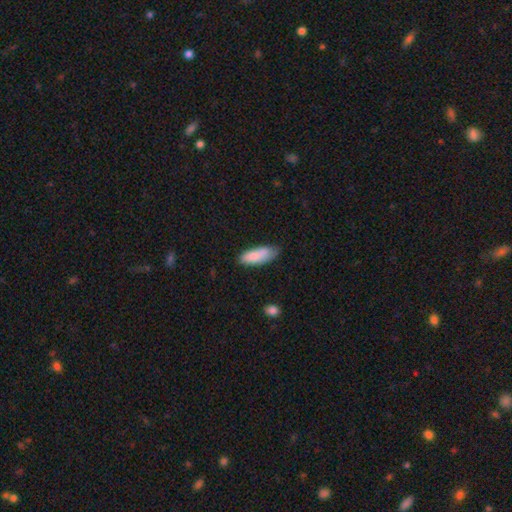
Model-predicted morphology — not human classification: The model was most divided on "merging": none: 64%, minor disturbance: 28%, major disturbance: 5%, merger: 3%. More confident: smooth or featured — smooth (84%); how rounded — in between (70%).